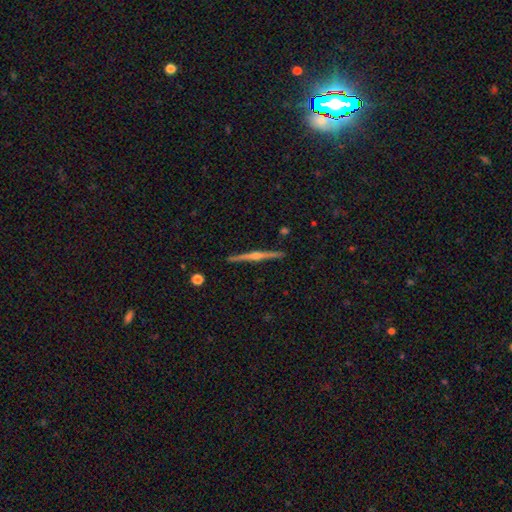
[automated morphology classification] Overall: featured or disk (82%). Edge-on disk: yes (99%). Edge-on bulge: rounded (87%). Merging: none (92%).